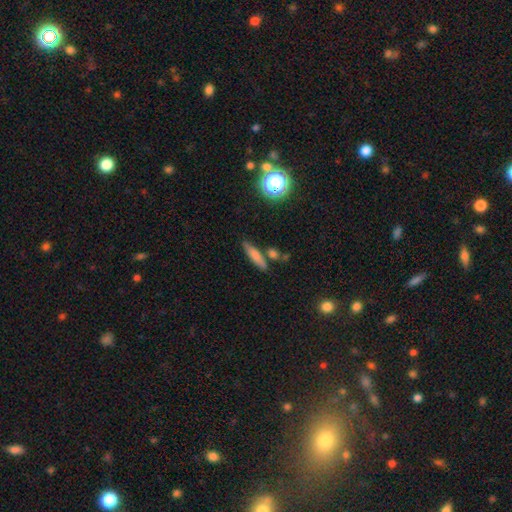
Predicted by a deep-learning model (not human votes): Smooth or featured: smooth — 73% (featured or disk — 17%)
How rounded: cigar-shaped — 78% (in between — 19%)
Merging: none — 76% (minor disturbance — 12%)